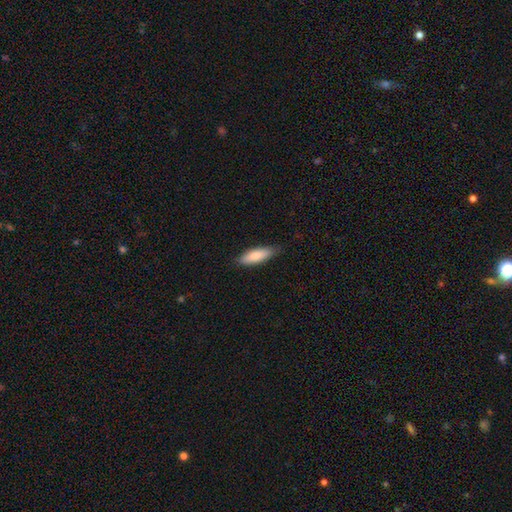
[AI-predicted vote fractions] Smooth or featured?
  - smooth: 81% *
  - featured or disk: 14%
  - star or artifact: 6%
How rounded?
  - in between: 55% *
  - cigar-shaped: 43%
  - round: 2%
Merging?
  - none: 80% *
  - minor disturbance: 17%
  - major disturbance: 2%
  - merger: 1%